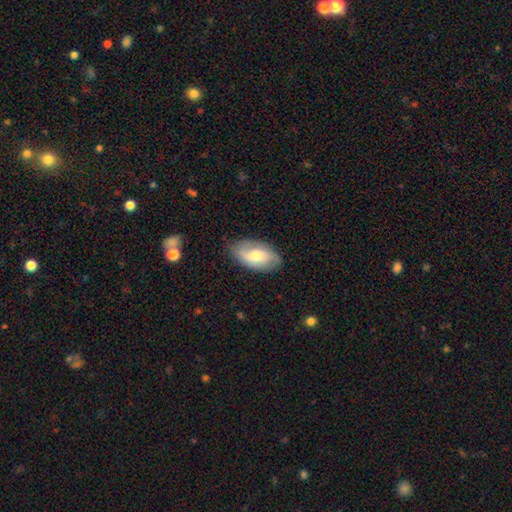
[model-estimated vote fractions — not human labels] smooth 53%, featured or disk 40%, star or artifact 7%. Down the decision tree: how rounded — in between (93%); merging — none (78%).